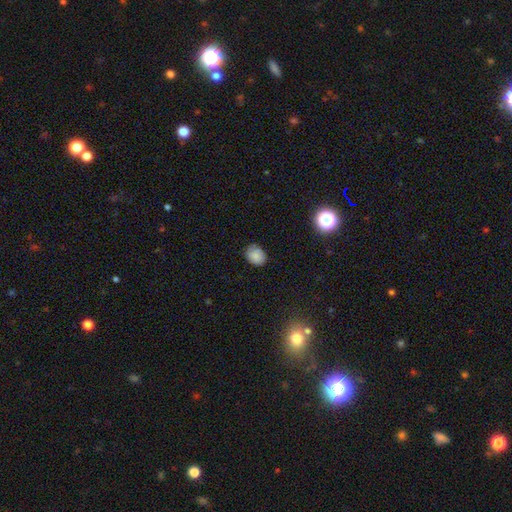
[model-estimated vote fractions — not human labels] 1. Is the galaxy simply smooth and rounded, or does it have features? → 81% smooth, 10% star or artifact, 9% featured or disk.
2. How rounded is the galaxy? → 53% in between, 46% round, 1% cigar-shaped.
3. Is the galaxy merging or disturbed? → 75% none, 20% minor disturbance, 4% major disturbance, 1% merger.